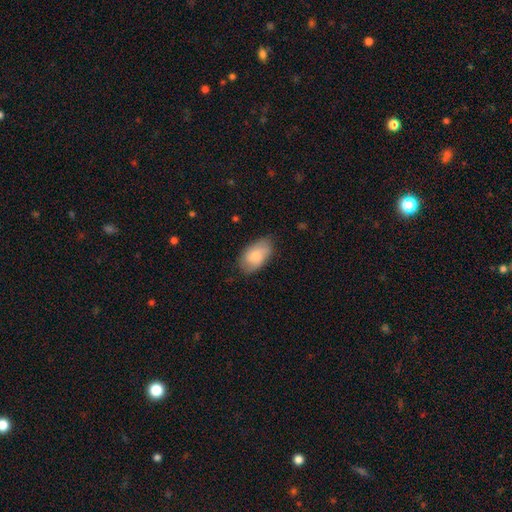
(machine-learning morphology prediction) Smooth or featured? smooth (77%)
How rounded? in between (93%)
Merging? none (74%)